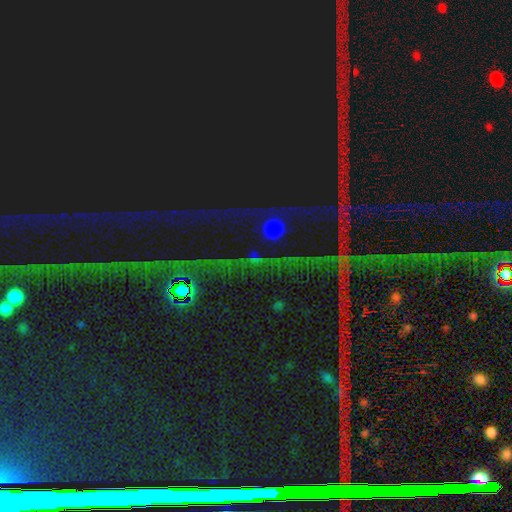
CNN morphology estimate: A star or artifact, not a galaxy (61%).

Vote fractions:
- Smooth or featured? star or artifact: 61% / smooth: 23% / featured or disk: 16%